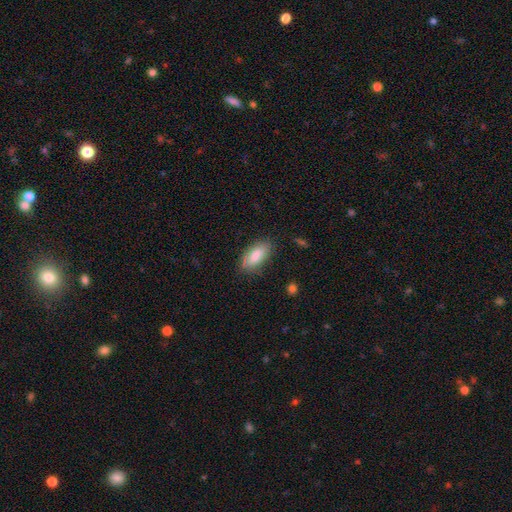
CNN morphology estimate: The model was most divided on "merging": none: 80%, minor disturbance: 15%, major disturbance: 4%, merger: 1%. More confident: how rounded — in between (87%); smooth or featured — smooth (83%).